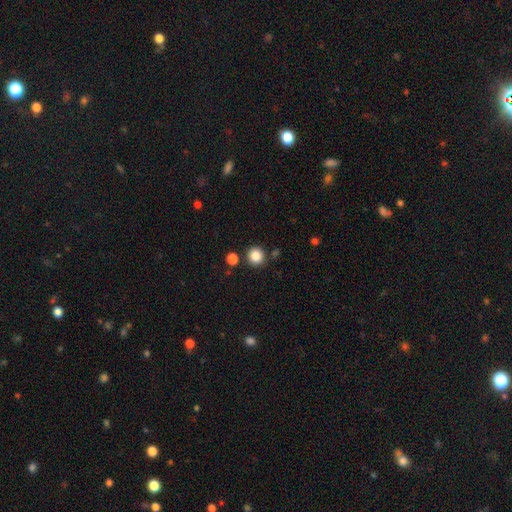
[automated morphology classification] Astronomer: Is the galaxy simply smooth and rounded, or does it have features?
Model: smooth — 85%.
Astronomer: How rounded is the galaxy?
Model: round — 93%.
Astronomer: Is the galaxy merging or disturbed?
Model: none — 86%.